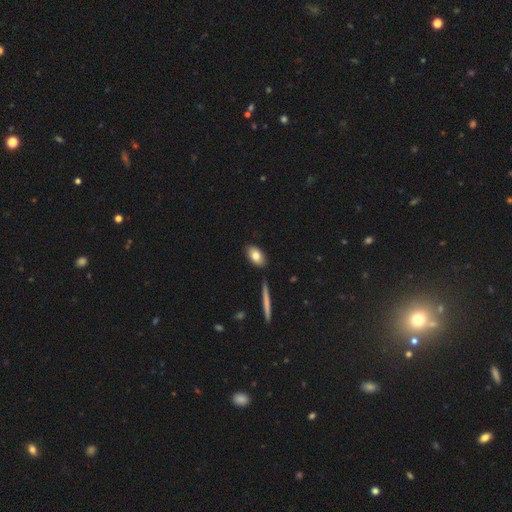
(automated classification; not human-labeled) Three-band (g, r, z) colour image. It shows a smooth galaxy with no disk features (78%) that is in between round and cigar-shaped (90%). Merging: none (85%).